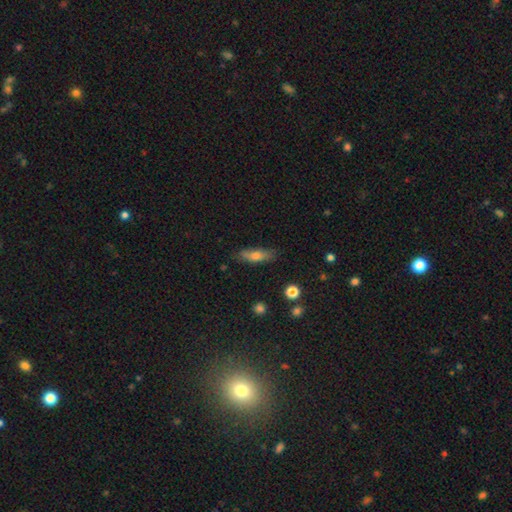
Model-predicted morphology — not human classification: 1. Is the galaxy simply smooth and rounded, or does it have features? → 64% smooth, 28% featured or disk, 8% star or artifact.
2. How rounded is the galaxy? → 58% cigar-shaped, 39% in between, 3% round.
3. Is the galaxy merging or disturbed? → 80% none, 15% minor disturbance, 3% major disturbance, 2% merger.